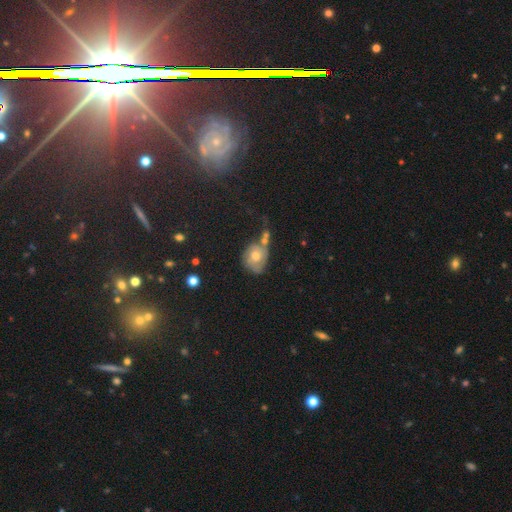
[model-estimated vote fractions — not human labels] A smooth galaxy with no disk features (47%).

Vote fractions:
- Smooth or featured? smooth: 47% / featured or disk: 39% / star or artifact: 14%
- Merging? none: 43% / minor disturbance: 24% / merger: 20% / major disturbance: 13%